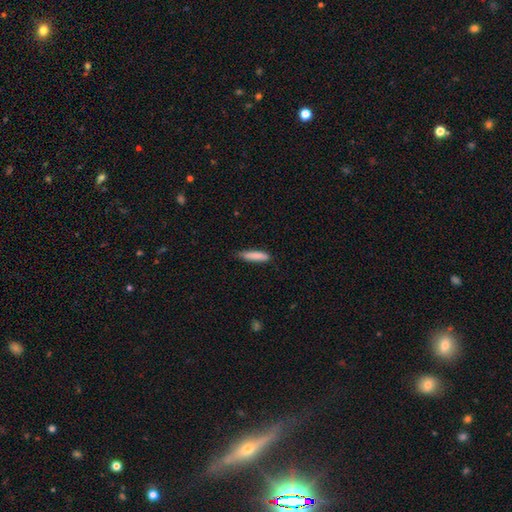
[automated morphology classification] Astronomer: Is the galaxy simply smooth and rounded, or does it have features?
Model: smooth — 85%.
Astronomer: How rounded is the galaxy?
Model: cigar-shaped — 82%.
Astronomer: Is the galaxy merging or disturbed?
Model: none — 76%.